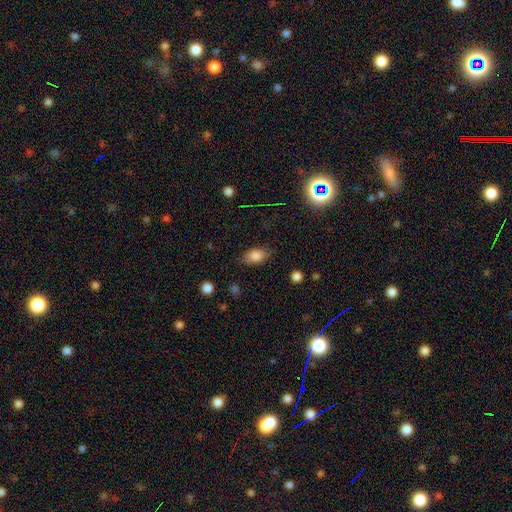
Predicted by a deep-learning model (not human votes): Overall: smooth (83%). How rounded: in between (88%). Merging: none (82%).